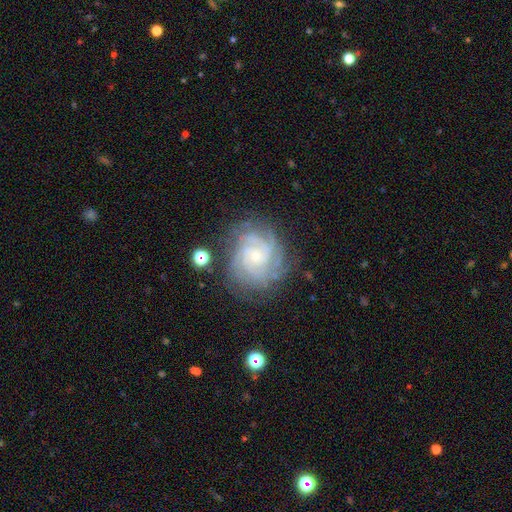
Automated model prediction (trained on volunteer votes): A featured or disk galaxy (87%) with no bar (71%), 4 (30%) tight (75%) spiral arms (98%) and a small central bulge (74%). Merging: none (77%).